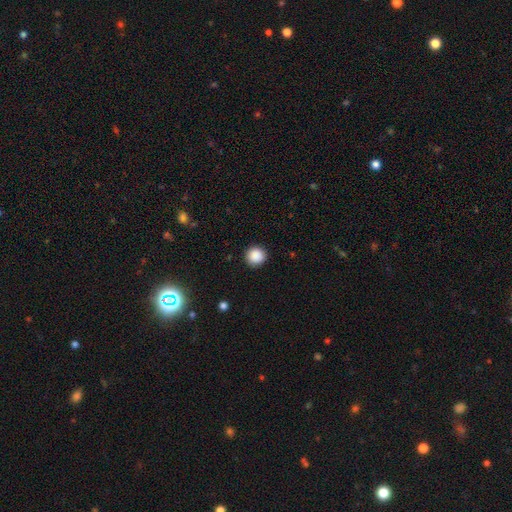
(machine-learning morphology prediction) A smooth galaxy with no disk features (88%) that is round (94%). Merging: none (91%).